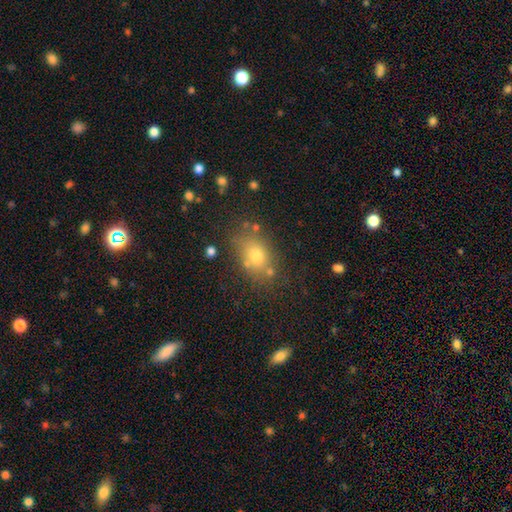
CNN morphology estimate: Q: Smooth or featured?
A: smooth (73%); runner-up: star or artifact (14%)
Q: How rounded?
A: in between (71%); runner-up: round (27%)
Q: Merging?
A: none (71%); runner-up: minor disturbance (15%)